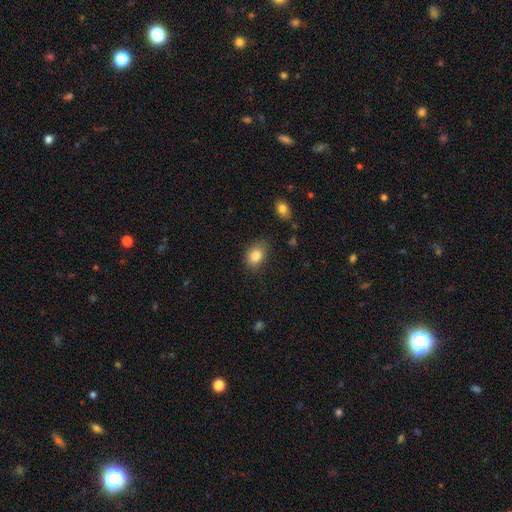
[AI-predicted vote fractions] smooth 83%, star or artifact 10%, featured or disk 7%. Down the decision tree: how rounded — in between (70%); merging — none (76%).